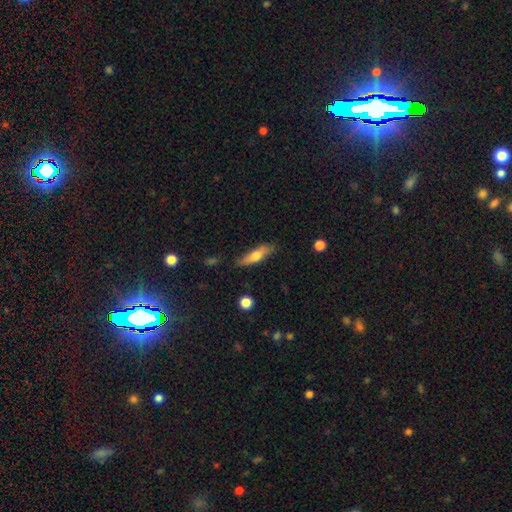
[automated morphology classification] smooth_or_featured: smooth (p=0.63) [alt: featured or disk p=0.31]
how_rounded: cigar-shaped (p=0.60) [alt: in between p=0.37]
merging: none (p=0.79) [alt: minor disturbance p=0.16]